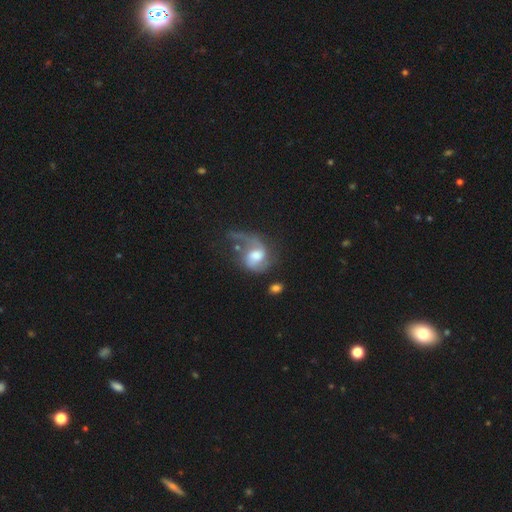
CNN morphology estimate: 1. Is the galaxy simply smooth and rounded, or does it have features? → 74% featured or disk, 19% smooth, 7% star or artifact.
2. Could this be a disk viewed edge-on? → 98% no, 2% yes.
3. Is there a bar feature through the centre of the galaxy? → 49% no, 41% weak, 10% strong.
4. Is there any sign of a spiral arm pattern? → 91% yes, 9% no.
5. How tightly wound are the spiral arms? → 50% loose, 38% medium, 12% tight.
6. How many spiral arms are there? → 63% 2, 28% 1, 5% can't tell, 2% 3, 1% 4, 1% more than 4.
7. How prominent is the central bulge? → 38% large (tied), 38% moderate (tied), 11% small, 7% none, 5% dominant.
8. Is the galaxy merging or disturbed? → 40% major disturbance, 32% none, 19% minor disturbance, 9% merger.